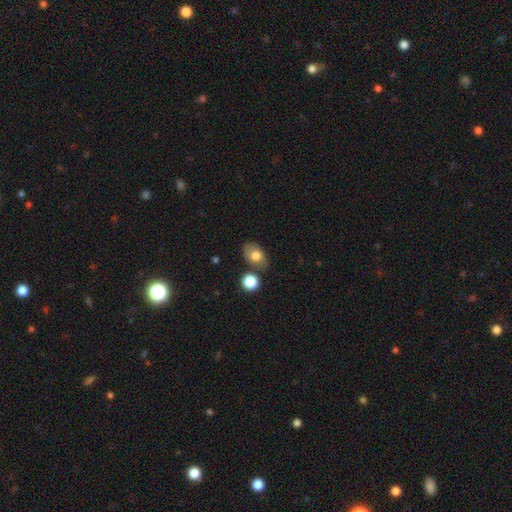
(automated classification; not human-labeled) Smooth or featured? smooth (75%)
How rounded? in between (80%)
Merging? none (70%)